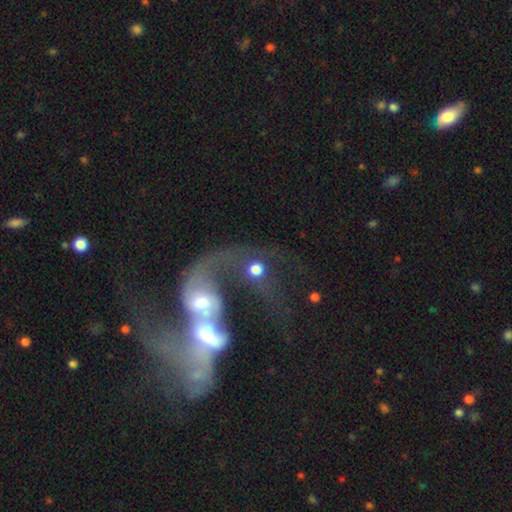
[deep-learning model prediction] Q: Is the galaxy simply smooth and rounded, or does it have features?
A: featured or disk — 77%.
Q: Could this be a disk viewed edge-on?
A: no — 96%.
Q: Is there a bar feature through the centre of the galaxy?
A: no — 56%.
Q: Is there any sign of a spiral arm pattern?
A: yes — 77%.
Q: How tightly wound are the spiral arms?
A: loose — 70%.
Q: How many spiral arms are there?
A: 2 — 56%.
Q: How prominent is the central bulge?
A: moderate — 52%.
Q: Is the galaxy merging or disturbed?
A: merger — 80%.